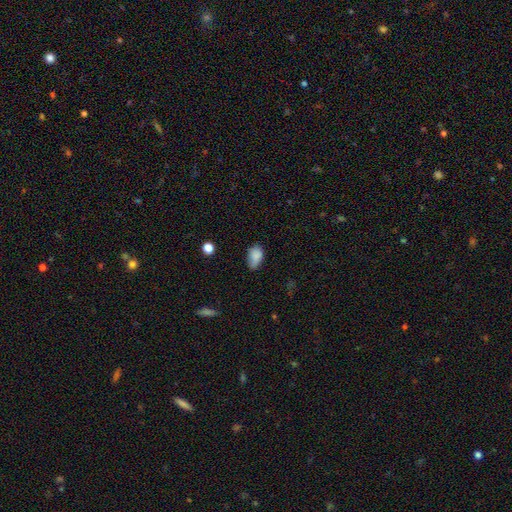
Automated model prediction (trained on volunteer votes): This appears to be a smooth galaxy with no disk features (85%) that is in between round and cigar-shaped (89%). Merging: none (58%).